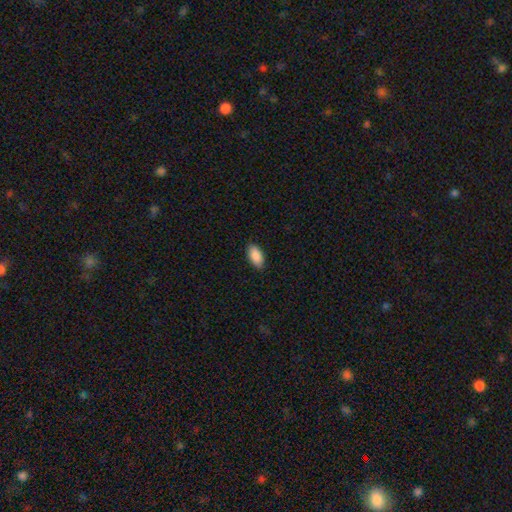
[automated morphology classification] This is clearly a smooth galaxy (90%). How rounded: clearly in between (94%). Merging: clearly none (88%).